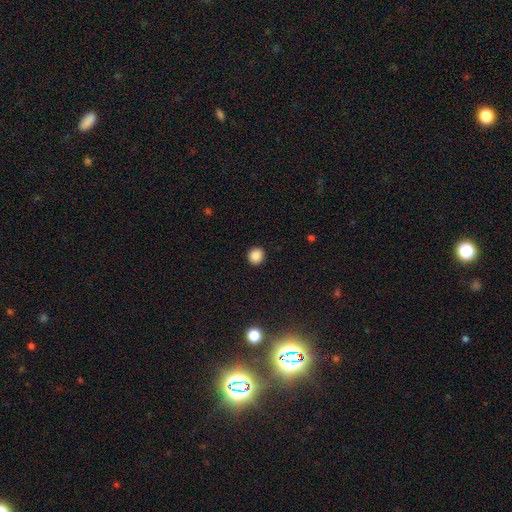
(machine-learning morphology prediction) A smooth galaxy with no disk features (87%) that is round (88%).

Vote fractions:
- Smooth or featured? smooth: 87% / star or artifact: 10% / featured or disk: 3%
- How rounded? round: 88% / in between: 11% / cigar-shaped: 1%
- Merging? none: 92% / minor disturbance: 5% / major disturbance: 2% / merger: 1%